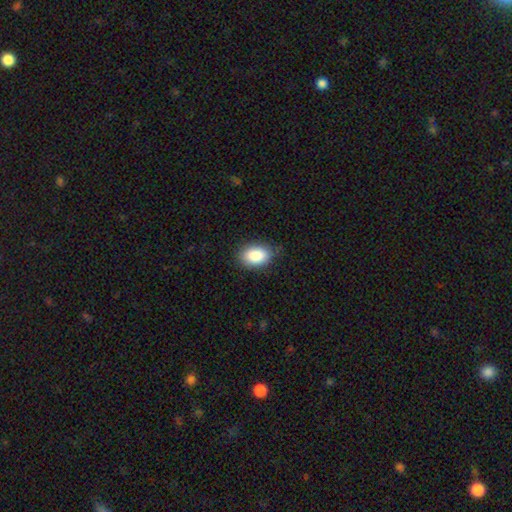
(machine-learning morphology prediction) Smooth or featured? Predicted: smooth (p=0.89). How rounded? Predicted: in between (p=0.90). Merging? Predicted: none (p=0.79).